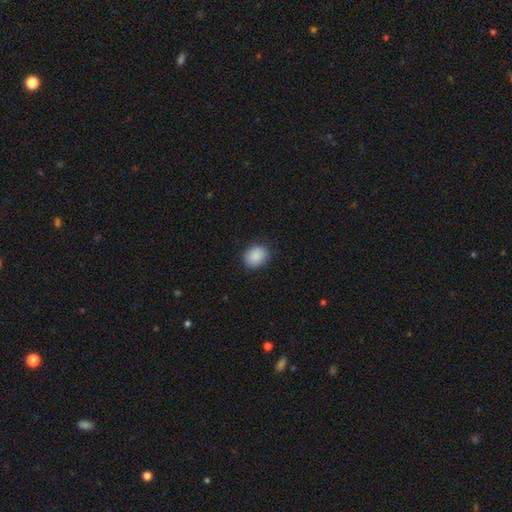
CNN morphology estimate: smooth 89%, star or artifact 8%, featured or disk 4%. Down the decision tree: how rounded — in between (53%); merging — none (87%).